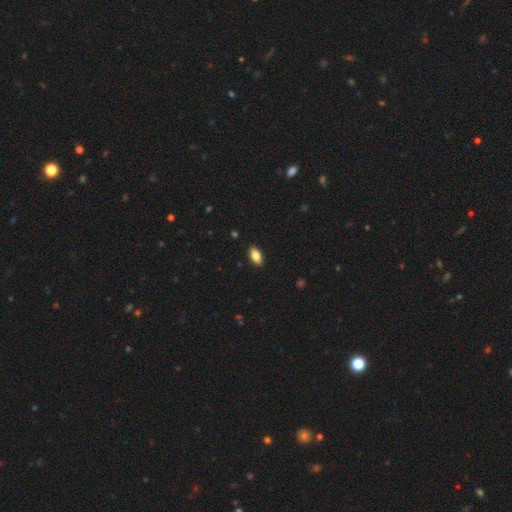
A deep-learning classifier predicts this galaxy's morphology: Smooth or featured? Predicted: smooth (p=0.78). How rounded? Predicted: in between (p=0.88). Merging? Predicted: none (p=0.90).